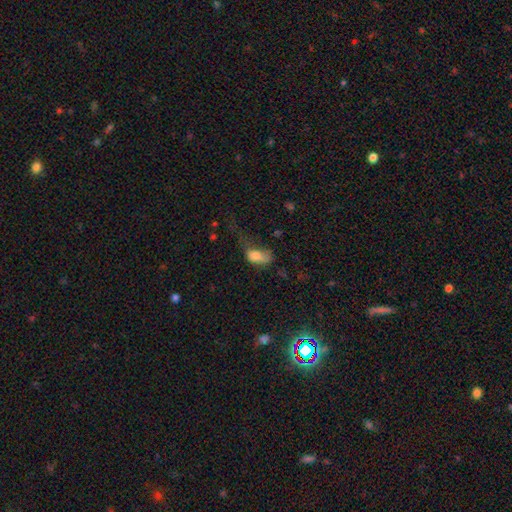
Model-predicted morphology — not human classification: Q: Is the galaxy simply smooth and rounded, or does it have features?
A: smooth — 75%.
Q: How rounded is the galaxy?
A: in between — 88%.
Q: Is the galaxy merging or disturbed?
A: major disturbance — 56%.